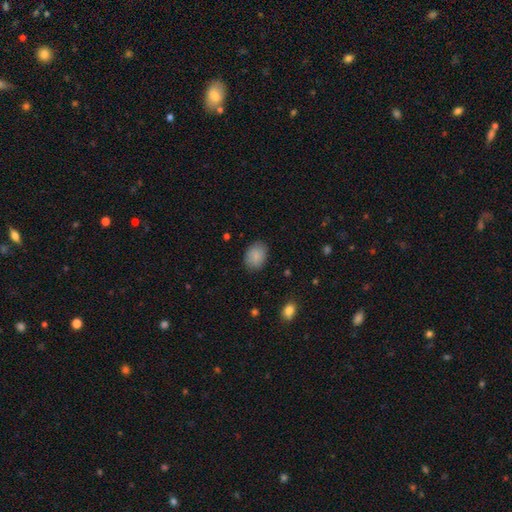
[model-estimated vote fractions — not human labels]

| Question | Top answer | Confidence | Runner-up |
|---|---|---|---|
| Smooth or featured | smooth | 88% | star or artifact (7%) |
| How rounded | in between | 73% | round (26%) |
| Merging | none | 85% | minor disturbance (11%) |